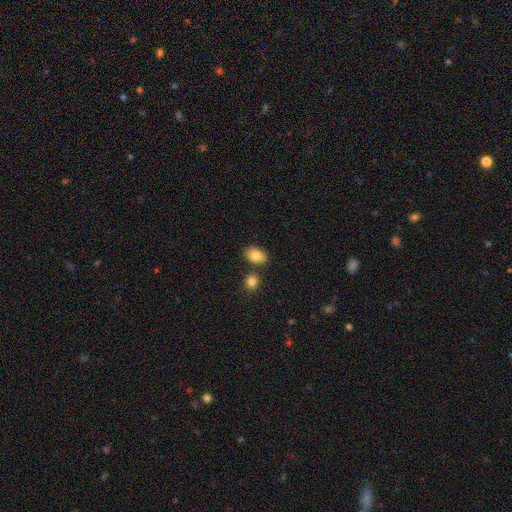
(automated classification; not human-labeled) This appears to be a smooth galaxy with no disk features (83%) that is in between round and cigar-shaped (83%). Merging: none (76%).